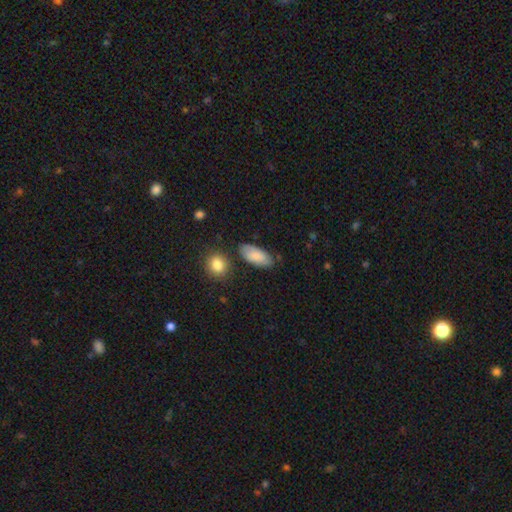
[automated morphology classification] Q: Smooth or featured?
A: smooth (78%); runner-up: featured or disk (15%)
Q: How rounded?
A: in between (90%); runner-up: cigar-shaped (8%)
Q: Merging?
A: none (75%); runner-up: minor disturbance (18%)